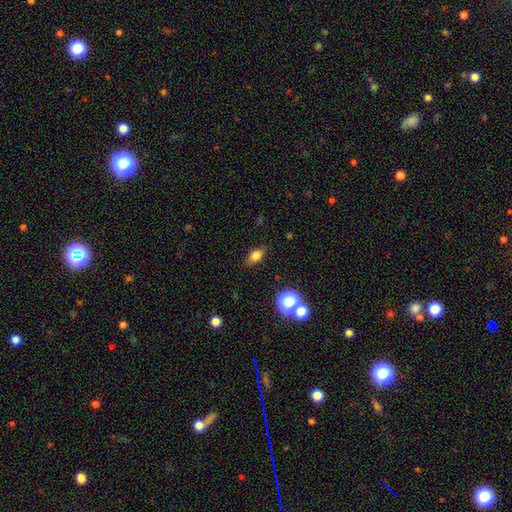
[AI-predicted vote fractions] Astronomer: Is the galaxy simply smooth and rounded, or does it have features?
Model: smooth — 75%.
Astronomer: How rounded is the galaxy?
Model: in between — 75%.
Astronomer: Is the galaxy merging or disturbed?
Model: none — 83%.